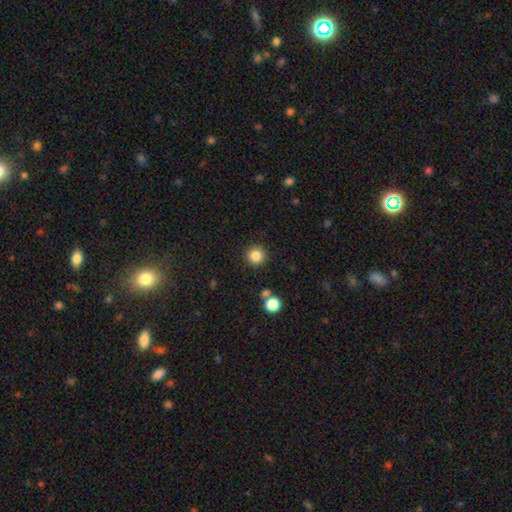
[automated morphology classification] Smooth or featured? Predicted: smooth (p=0.85). How rounded? Predicted: round (p=0.95). Merging? Predicted: none (p=0.89).